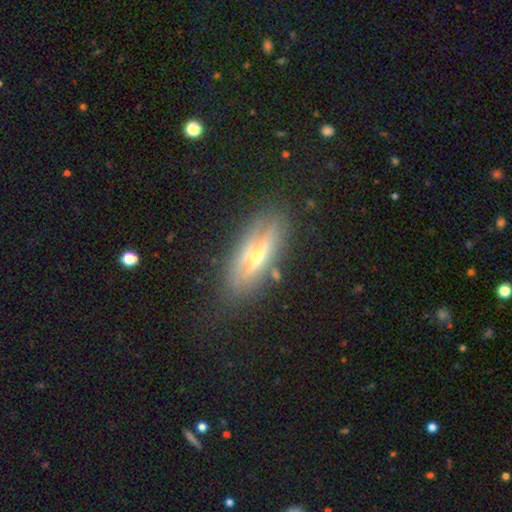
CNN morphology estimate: This is likely a featured or disk galaxy (64%). It is clearly viewed edge-on (83%). Edge-on bulge: clearly rounded (91%). Merging: clearly none (80%).